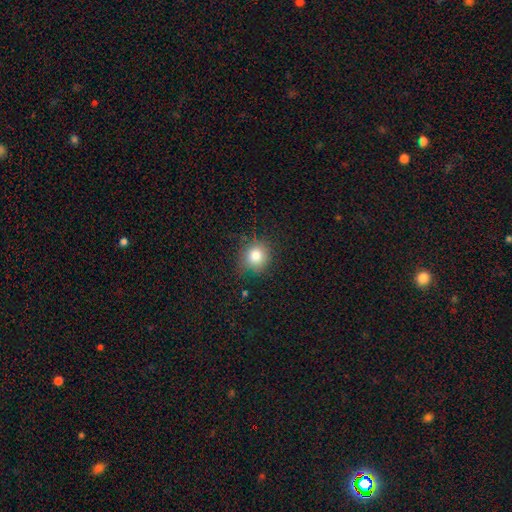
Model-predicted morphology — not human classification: This is clearly a smooth galaxy (82%). How rounded: clearly round (85%). Merging: likely none (80%).